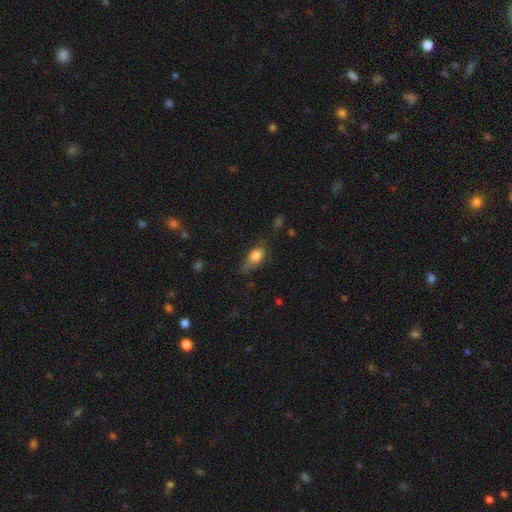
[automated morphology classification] Smooth or featured: smooth — 77% (featured or disk — 14%)
How rounded: in between — 78% (round — 14%)
Merging: none — 41% (minor disturbance — 37%)